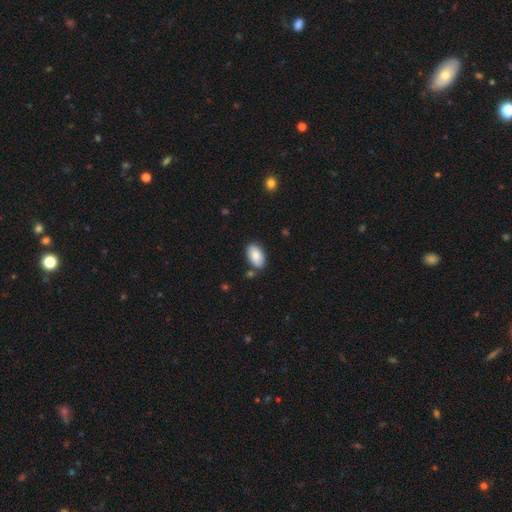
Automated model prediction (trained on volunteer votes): This appears to be a smooth galaxy with no disk features (86%) that is in between round and cigar-shaped (95%). Merging: none (80%).